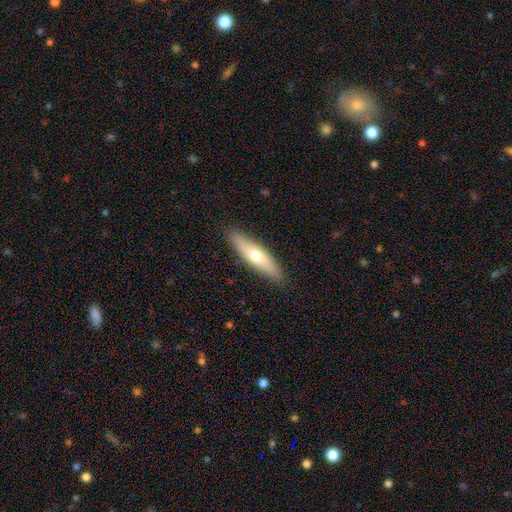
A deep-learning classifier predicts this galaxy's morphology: type=smooth (59%); roundness=cigar-shaped (71%); merging=none (89%).